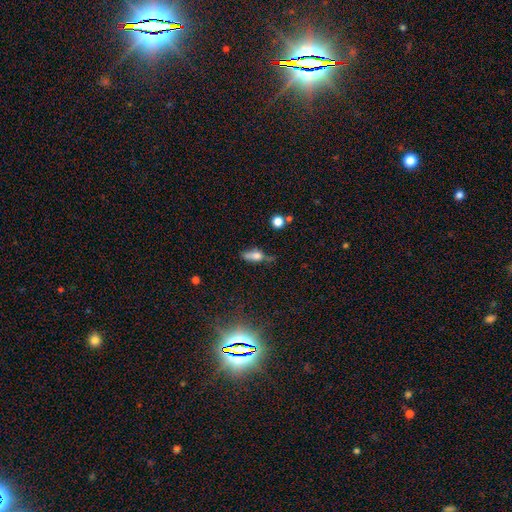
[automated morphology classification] Smooth or featured? smooth (64%)
How rounded? in between (65%)
Merging? none (42%)